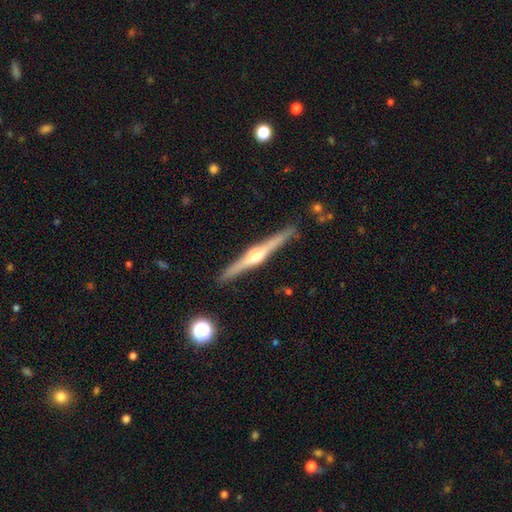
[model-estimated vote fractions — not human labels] featured or disk 82%, smooth 13%, star or artifact 5%. Down the decision tree: edge-on disk — yes (98%); edge-on bulge — rounded (90%); merging — none (90%).